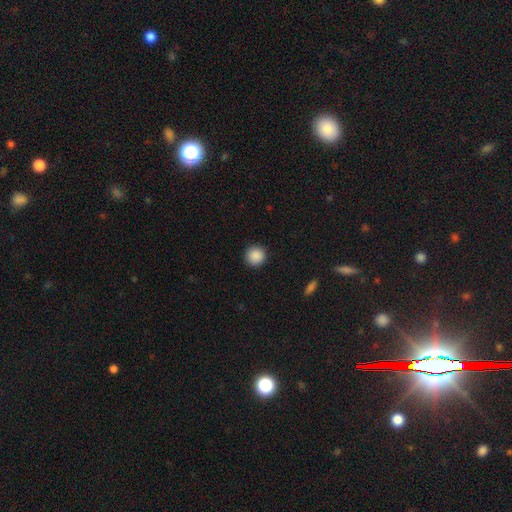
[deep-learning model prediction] This appears to be a smooth galaxy with no disk features (89%) that is round (94%). Merging: none (92%).